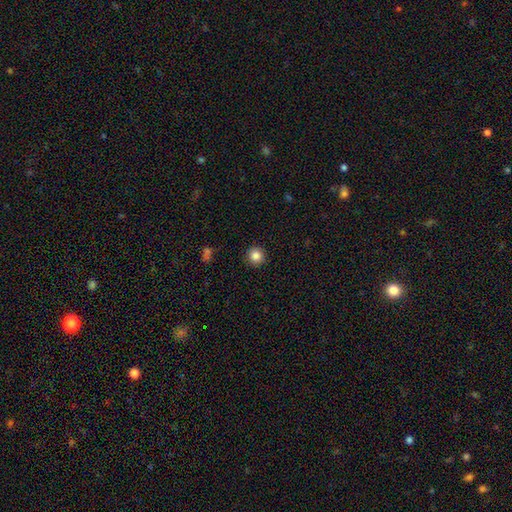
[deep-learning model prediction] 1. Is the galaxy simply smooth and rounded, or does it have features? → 85% smooth, 11% star or artifact, 5% featured or disk.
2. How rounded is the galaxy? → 95% round, 4% in between, 1% cigar-shaped.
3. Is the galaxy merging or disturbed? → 92% none, 5% minor disturbance, 2% major disturbance, 1% merger.